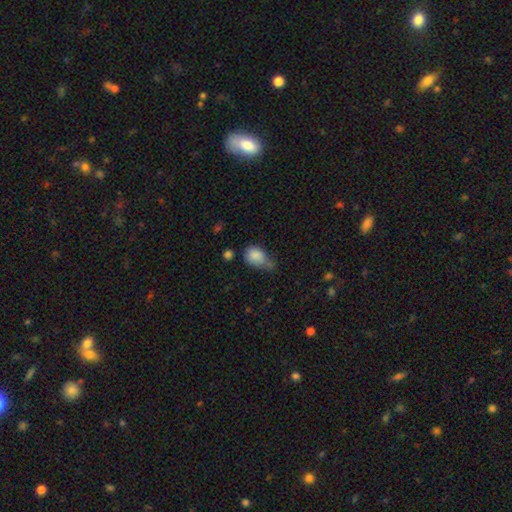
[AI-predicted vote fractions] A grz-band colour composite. It shows a smooth galaxy with no disk features (83%) that is in between round and cigar-shaped (75%). Merging: minor disturbance (40%).